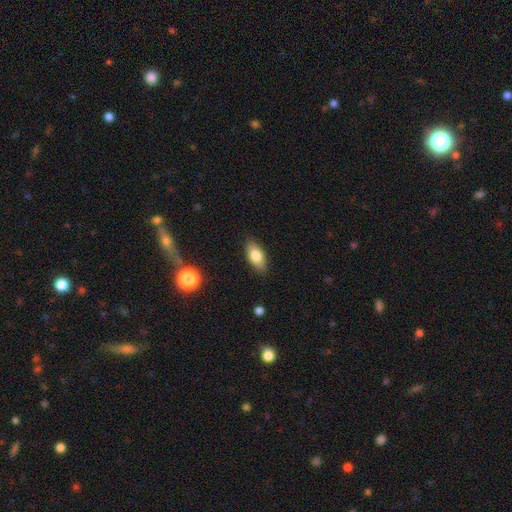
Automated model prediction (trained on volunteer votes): Smooth or featured?
  - smooth: 79% *
  - featured or disk: 14%
  - star or artifact: 7%
How rounded?
  - in between: 89% *
  - cigar-shaped: 7%
  - round: 4%
Merging?
  - none: 87% *
  - minor disturbance: 10%
  - major disturbance: 2%
  - merger: 1%